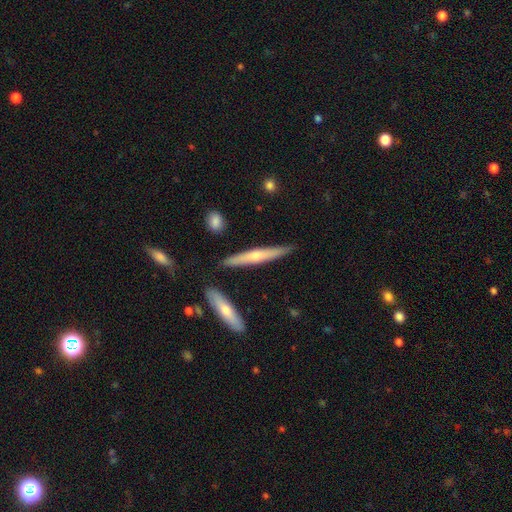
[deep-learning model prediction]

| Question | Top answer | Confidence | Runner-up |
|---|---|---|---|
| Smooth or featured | featured or disk | 55% | smooth (39%) |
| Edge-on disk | yes | 95% | no (5%) |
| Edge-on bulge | rounded | 75% | none (21%) |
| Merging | none | 84% | minor disturbance (10%) |